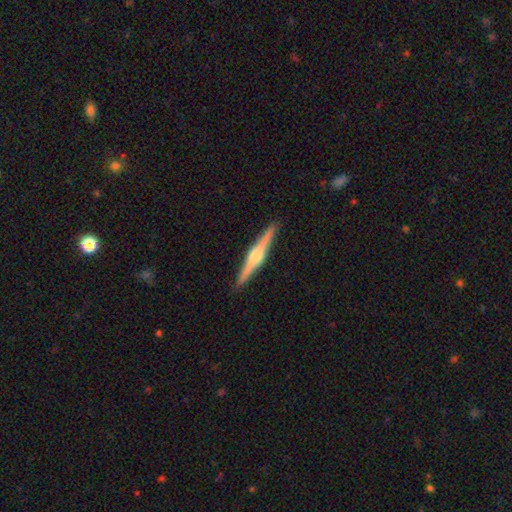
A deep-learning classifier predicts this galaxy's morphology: Smooth or featured? featured or disk (81%)
Edge-on disk? yes (99%)
Edge-on bulge? rounded (90%)
Merging? none (93%)